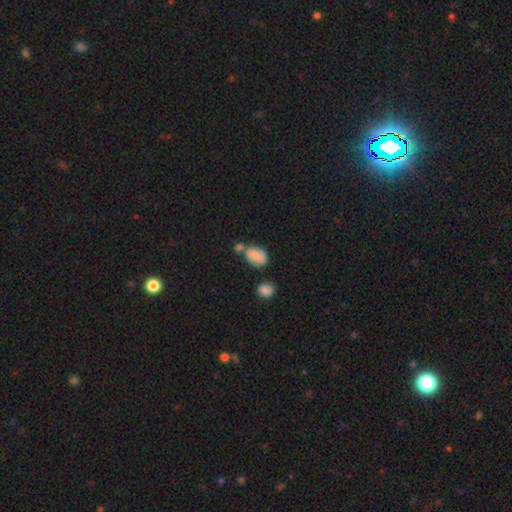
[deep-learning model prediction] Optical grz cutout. It shows a smooth galaxy with no disk features (78%) that is in between round and cigar-shaped (84%). Merging: none (45%).